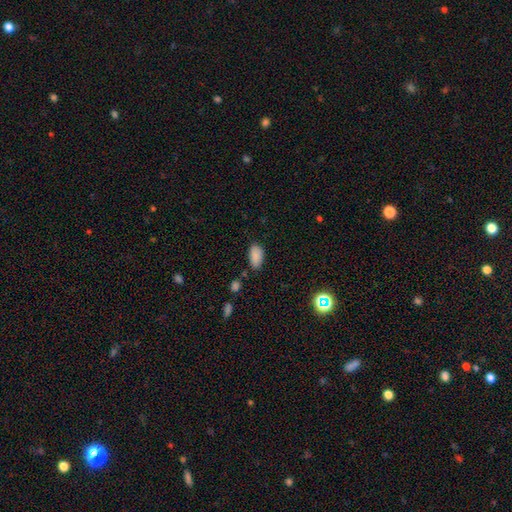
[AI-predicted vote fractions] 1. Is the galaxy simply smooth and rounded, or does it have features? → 87% smooth, 9% star or artifact, 4% featured or disk.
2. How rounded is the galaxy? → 94% in between, 4% round, 3% cigar-shaped.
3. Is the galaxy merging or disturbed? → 78% none, 16% minor disturbance, 3% major disturbance, 3% merger.